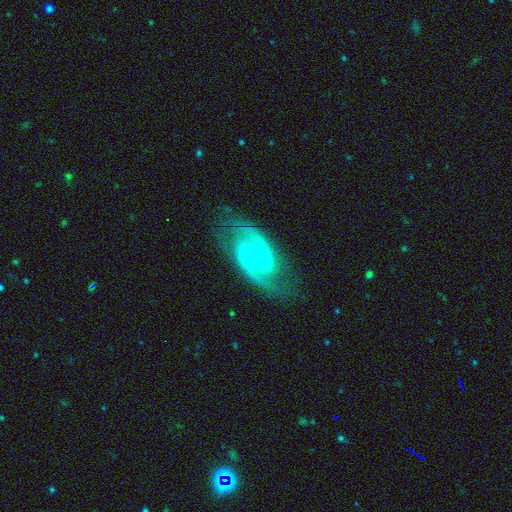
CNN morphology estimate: Q: Smooth or featured?
A: featured or disk (92%); runner-up: star or artifact (5%)
Q: Edge-on disk?
A: no (97%); runner-up: yes (3%)
Q: Bar?
A: weak (48%); runner-up: no (28%)
Q: Spiral arms?
A: yes (98%); runner-up: no (2%)
Q: Spiral winding?
A: medium (59%); runner-up: tight (31%)
Q: Spiral arm count?
A: 2 (93%); runner-up: can't tell (2%)
Q: Bulge size?
A: small (75%); runner-up: moderate (13%)
Q: Merging?
A: none (79%); runner-up: minor disturbance (16%)